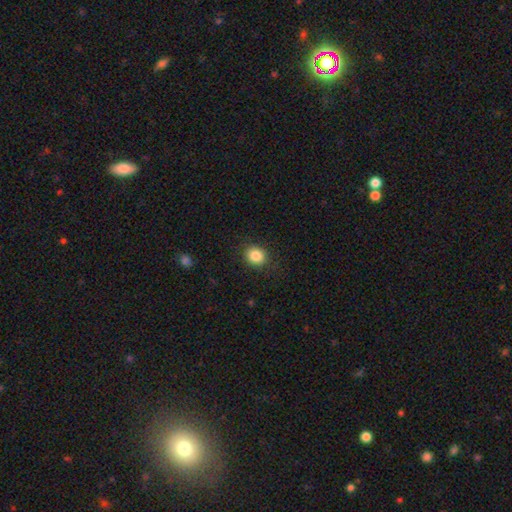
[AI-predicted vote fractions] Q: Smooth or featured?
A: smooth (86%); runner-up: star or artifact (10%)
Q: How rounded?
A: round (66%); runner-up: in between (33%)
Q: Merging?
A: none (86%); runner-up: minor disturbance (9%)